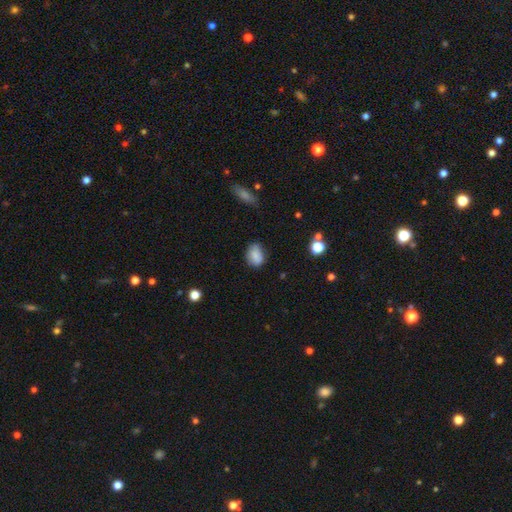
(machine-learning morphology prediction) The model was most divided on "how rounded": in between: 70%, round: 29%, cigar-shaped: 1%. More confident: smooth or featured — smooth (83%); merging — none (71%).